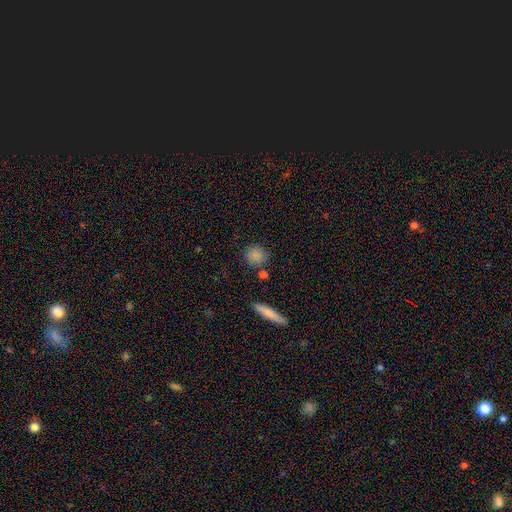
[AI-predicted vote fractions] smooth 84%, star or artifact 10%, featured or disk 6%. Down the decision tree: how rounded — round (83%); merging — none (80%).